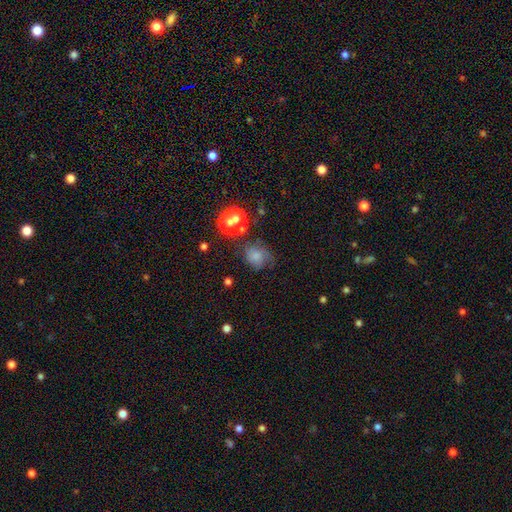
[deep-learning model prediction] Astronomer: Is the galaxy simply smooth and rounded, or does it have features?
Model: smooth — 67%.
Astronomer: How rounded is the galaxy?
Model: round — 67%.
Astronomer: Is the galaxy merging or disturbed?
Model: none — 52%.